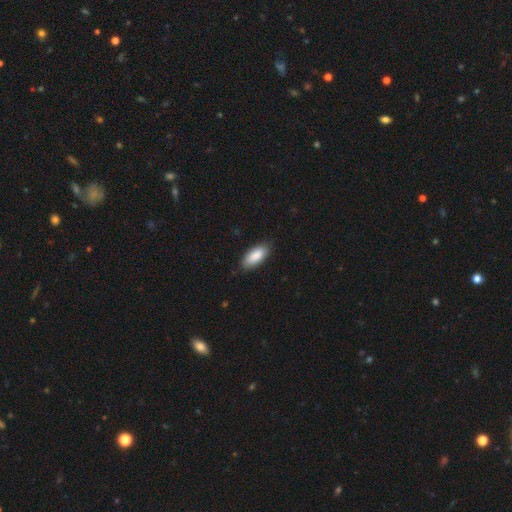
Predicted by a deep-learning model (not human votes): Smooth or featured? Predicted: smooth (p=0.88). How rounded? Predicted: in between (p=0.86). Merging? Predicted: none (p=0.83).